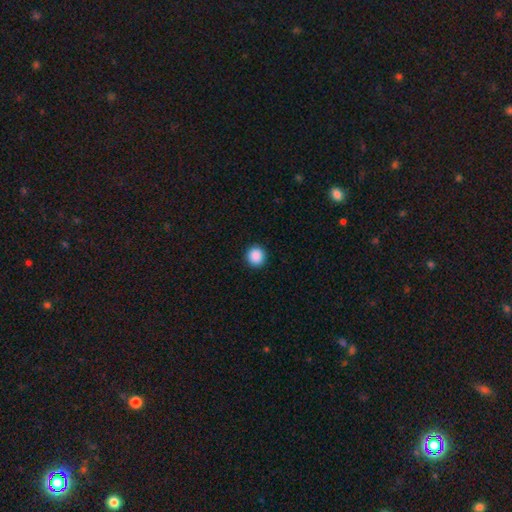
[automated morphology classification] This is clearly a smooth galaxy (89%). How rounded: clearly round (91%). Merging: clearly none (92%).